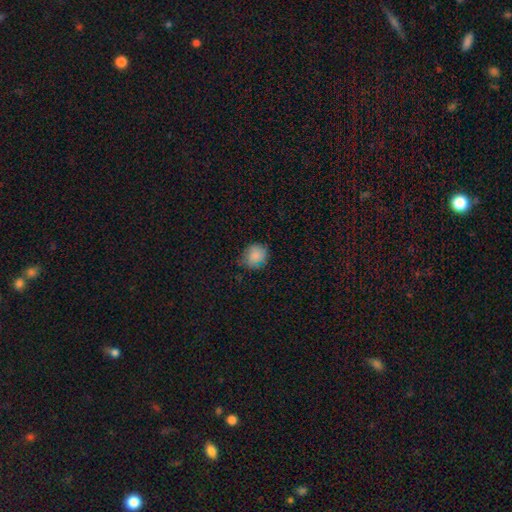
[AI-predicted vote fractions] smooth_or_featured: smooth (p=0.84) [alt: star or artifact p=0.09]
how_rounded: round (p=0.79) [alt: in between p=0.20]
merging: none (p=0.71) [alt: minor disturbance p=0.23]